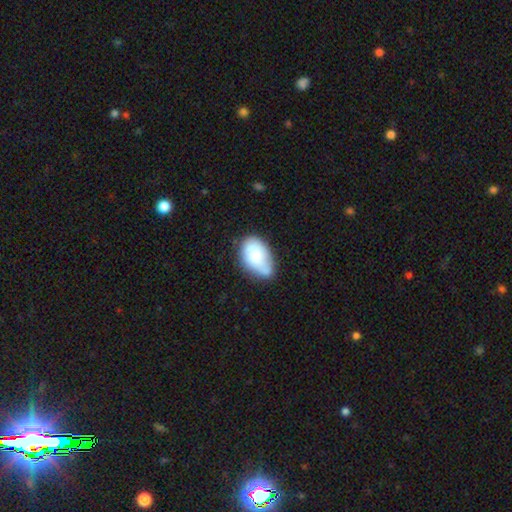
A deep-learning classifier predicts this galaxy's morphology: Smooth or featured? smooth (66%)
How rounded? in between (91%)
Merging? none (45%)